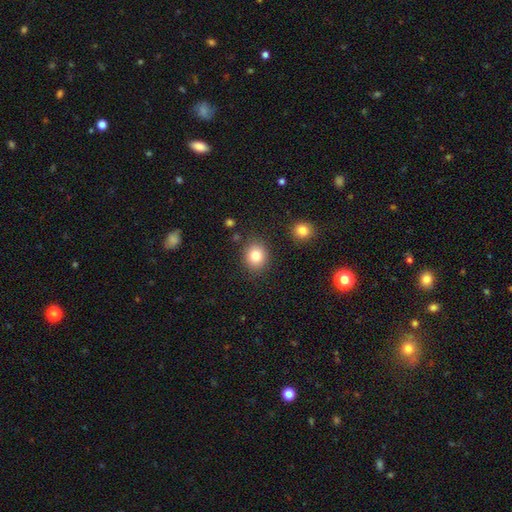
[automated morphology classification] Smooth or featured? Predicted: smooth (p=0.82). How rounded? Predicted: round (p=0.71). Merging? Predicted: none (p=0.86).